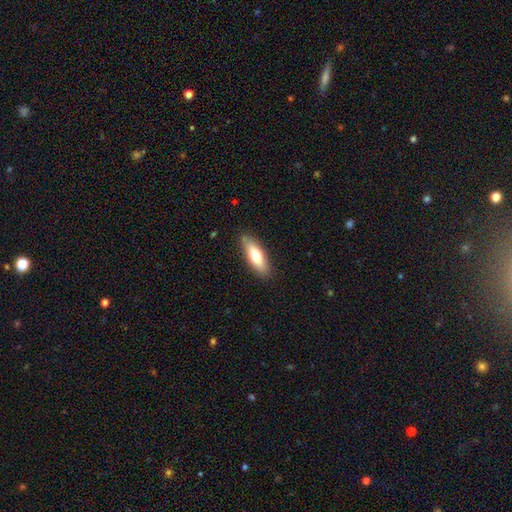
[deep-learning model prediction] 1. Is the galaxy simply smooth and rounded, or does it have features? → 69% smooth, 25% featured or disk, 6% star or artifact.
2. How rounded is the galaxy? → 54% in between, 44% cigar-shaped, 2% round.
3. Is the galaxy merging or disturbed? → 86% none, 11% minor disturbance, 2% major disturbance, 1% merger.